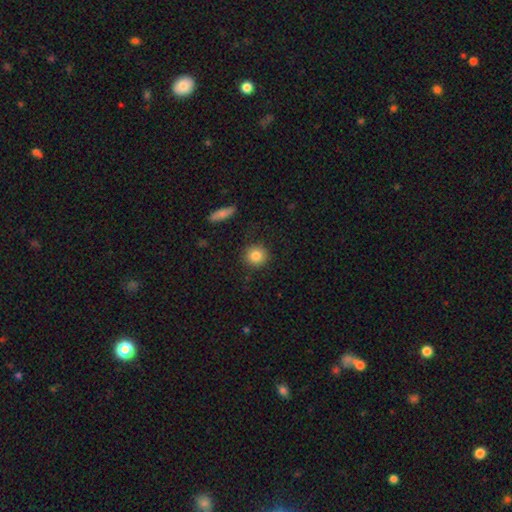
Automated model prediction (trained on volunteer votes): smooth 84%, star or artifact 9%, featured or disk 7%. Down the decision tree: how rounded — round (90%); merging — none (89%).